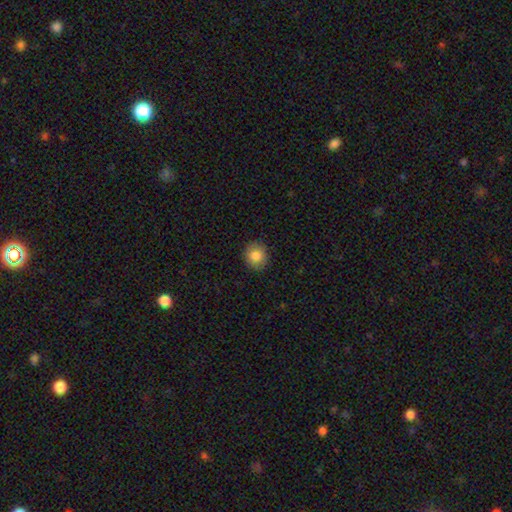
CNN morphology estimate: Smooth or featured?
  - smooth: 83% *
  - star or artifact: 9%
  - featured or disk: 8%
How rounded?
  - round: 78% *
  - in between: 21%
  - cigar-shaped: 1%
Merging?
  - none: 89% *
  - minor disturbance: 8%
  - major disturbance: 2%
  - merger: 1%